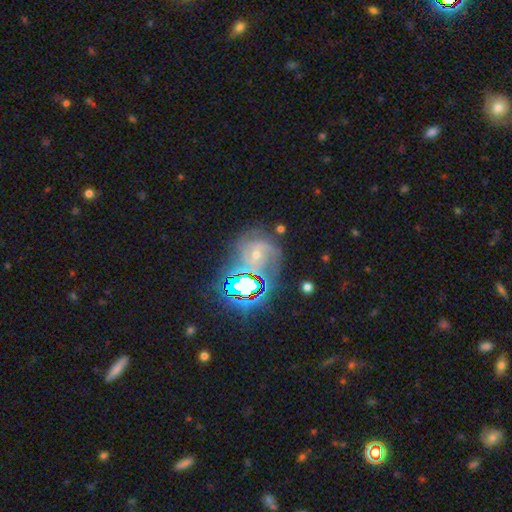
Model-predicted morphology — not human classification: A featured or disk galaxy (60%) with no bar (49%), 2 (30%) medium (46%) spiral arms (93%) and a small central bulge (56%). Merging: none (58%).